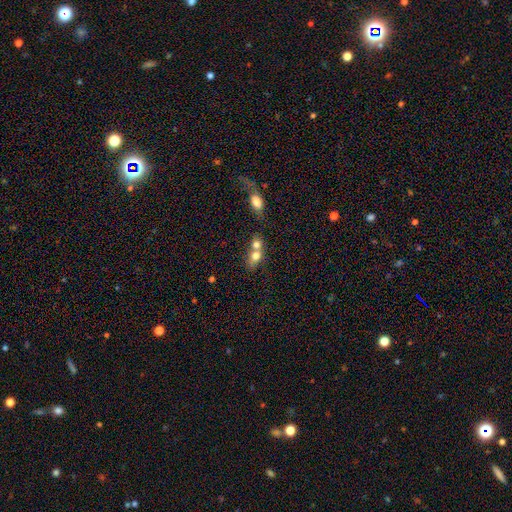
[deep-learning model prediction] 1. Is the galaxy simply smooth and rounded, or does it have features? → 72% smooth, 18% featured or disk, 10% star or artifact.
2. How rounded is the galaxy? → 49% in between, 48% round, 3% cigar-shaped.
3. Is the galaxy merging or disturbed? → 64% merger, 24% none, 7% minor disturbance, 4% major disturbance.